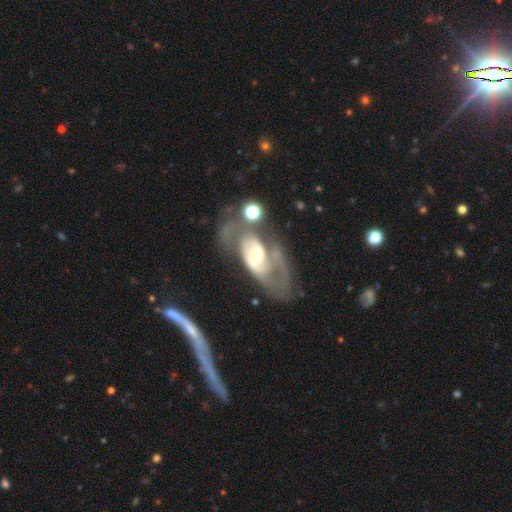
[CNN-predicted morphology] This is likely a featured or disk galaxy (79%). It is clearly not viewed edge-on (93%). Bar: marginally no (43%). Spiral arm pattern: likely yes (78%). Spiral arm count: likely 2 (63%). Spiral winding: marginally medium (44%). Central bulge: possibly moderate (52%). Merging: marginally none (43%).